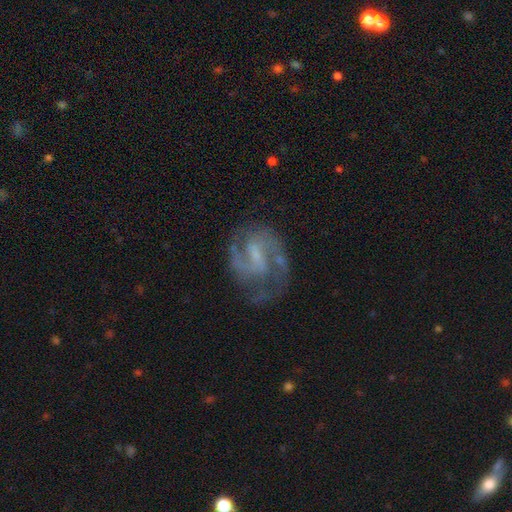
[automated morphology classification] type=featured or disk (85%); edge-on=no (98%); bar=weak (53%); spiral arms=yes (95%); winding=medium (55%); arm count=2 (82%); bulge=small (42%); merging=none (67%).